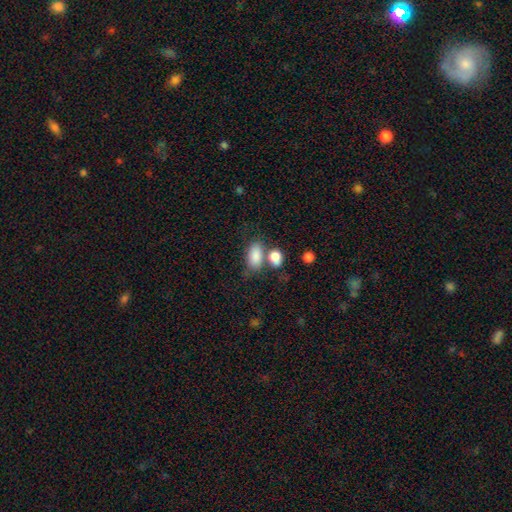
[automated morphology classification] A smooth galaxy with no disk features (85%) that is in between round and cigar-shaped (89%). Merging: none (49%).